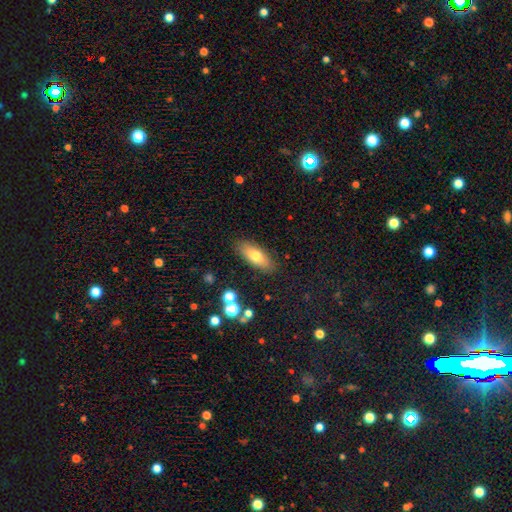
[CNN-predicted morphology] Smooth or featured: smooth — 73% (featured or disk — 19%)
How rounded: in between — 78% (cigar-shaped — 19%)
Merging: none — 85% (minor disturbance — 11%)